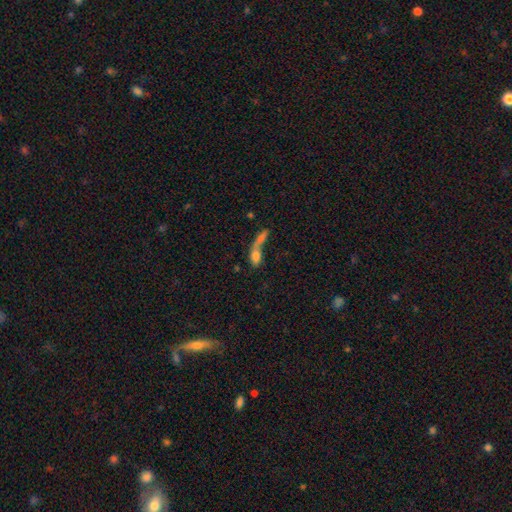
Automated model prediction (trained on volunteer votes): A smooth galaxy with no disk features (67%) that is in between round and cigar-shaped (62%).

Vote fractions:
- Smooth or featured? smooth: 67% / featured or disk: 22% / star or artifact: 11%
- How rounded? in between: 62% / cigar-shaped: 27% / round: 12%
- Merging? merger: 60% / none: 18% / major disturbance: 14% / minor disturbance: 8%